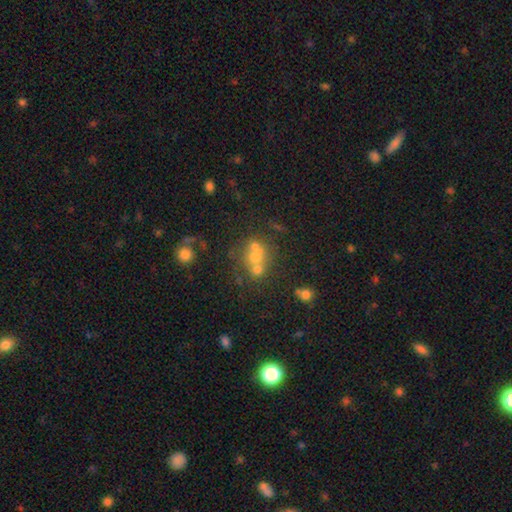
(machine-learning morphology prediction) type=smooth (52%); roundness=round (74%); merging=merger (49%).